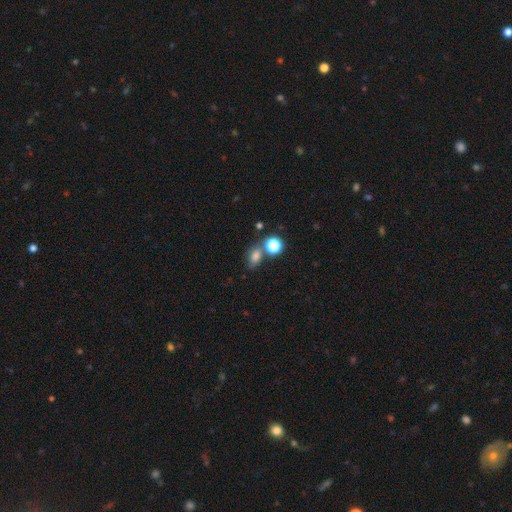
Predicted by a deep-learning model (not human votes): This is likely a smooth galaxy (72%). How rounded: likely in between (66%). Merging: possibly none (57%).